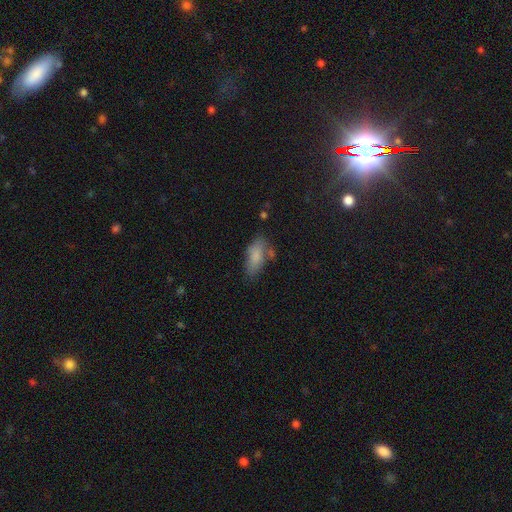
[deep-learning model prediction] The model was most divided on "merging": none: 61%, minor disturbance: 23%, merger: 9%, major disturbance: 7%. More confident: how rounded — in between (86%); smooth or featured — smooth (82%).